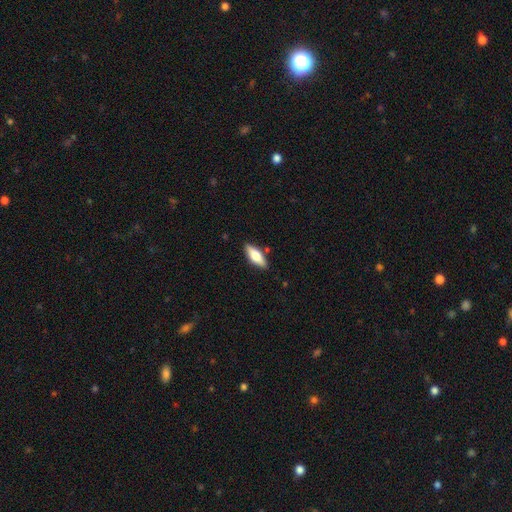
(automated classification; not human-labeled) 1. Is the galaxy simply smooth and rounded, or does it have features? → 61% smooth, 33% featured or disk, 6% star or artifact.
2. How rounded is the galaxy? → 66% in between, 31% cigar-shaped, 2% round.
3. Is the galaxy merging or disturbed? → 85% none, 10% minor disturbance, 3% merger, 2% major disturbance.